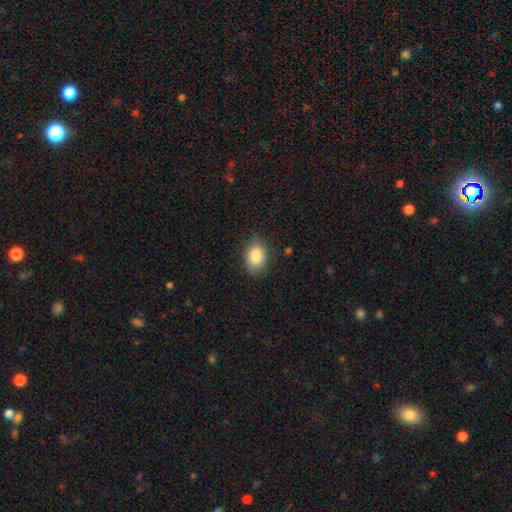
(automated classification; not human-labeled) smooth_or_featured: smooth (p=0.84) [alt: featured or disk p=0.08]
how_rounded: in between (p=0.82) [alt: round p=0.17]
merging: none (p=0.80) [alt: minor disturbance p=0.15]